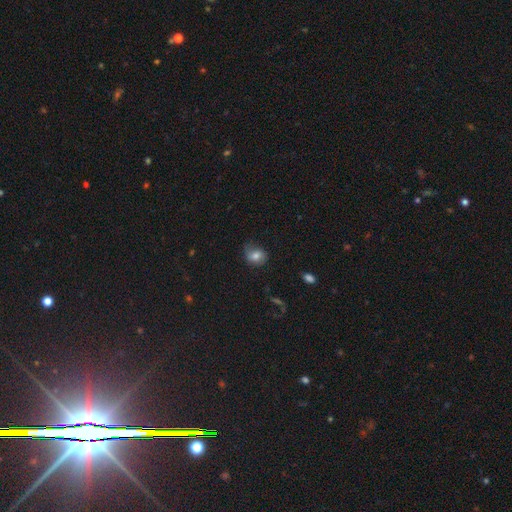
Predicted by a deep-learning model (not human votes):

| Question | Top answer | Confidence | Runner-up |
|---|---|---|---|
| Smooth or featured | smooth | 75% | featured or disk (15%) |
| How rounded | round | 51% | in between (48%) |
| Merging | none | 58% | minor disturbance (30%) |